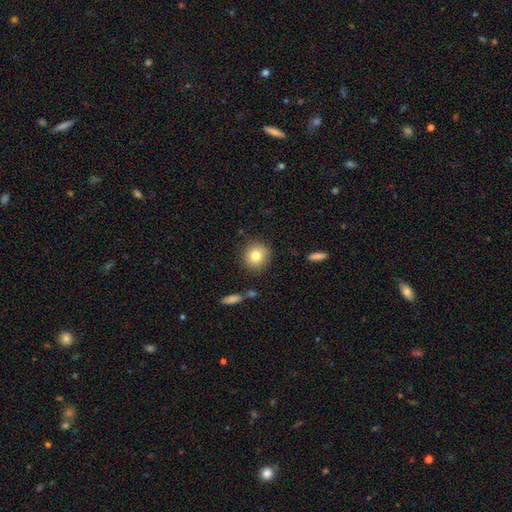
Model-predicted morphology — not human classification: A smooth galaxy with no disk features (79%) that is round (88%). Merging: none (85%).